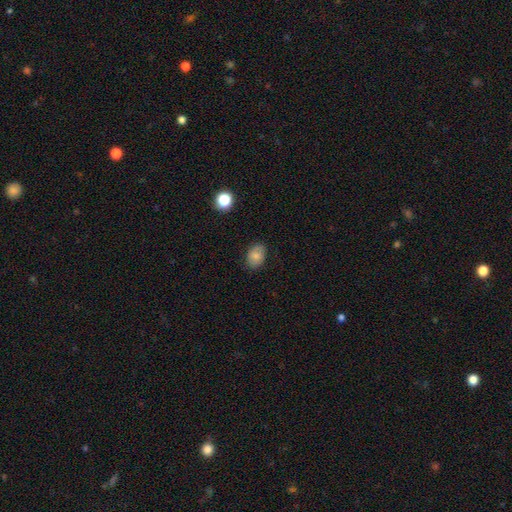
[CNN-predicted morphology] The model was most divided on "how rounded": in between: 76%, round: 23%, cigar-shaped: 1%. More confident: merging — none (82%); smooth or featured — smooth (80%).